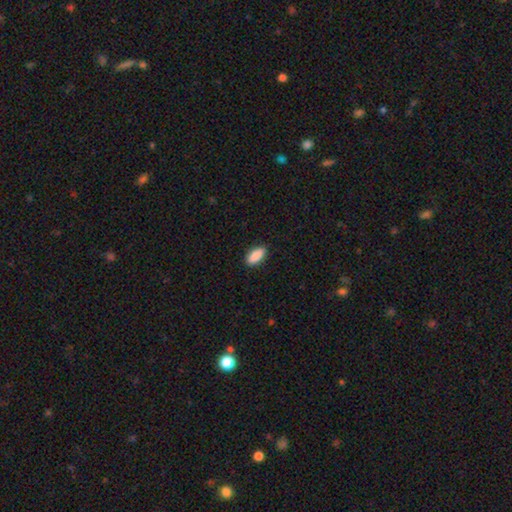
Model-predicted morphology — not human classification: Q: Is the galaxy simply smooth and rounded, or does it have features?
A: smooth — 89%.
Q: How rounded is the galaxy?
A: in between — 88%.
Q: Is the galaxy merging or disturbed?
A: none — 89%.